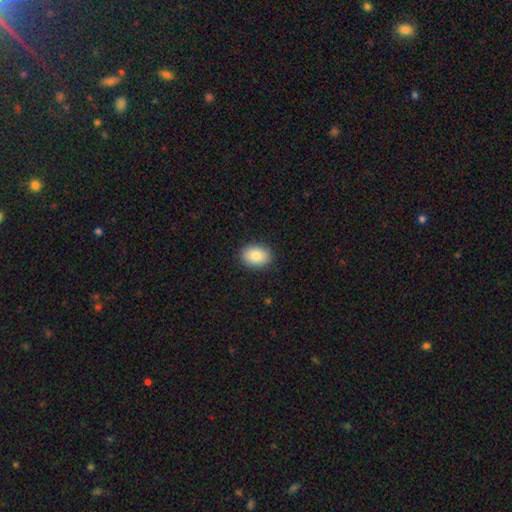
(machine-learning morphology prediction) Smooth or featured?
  - smooth: 84% *
  - featured or disk: 8%
  - star or artifact: 8%
How rounded?
  - in between: 68% *
  - round: 31%
  - cigar-shaped: 1%
Merging?
  - none: 89% *
  - minor disturbance: 8%
  - major disturbance: 2%
  - merger: 1%